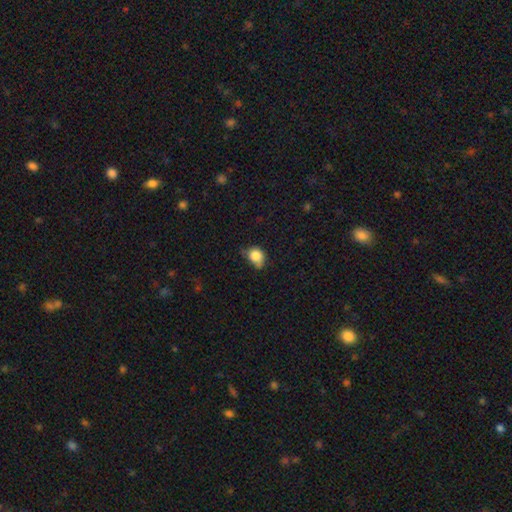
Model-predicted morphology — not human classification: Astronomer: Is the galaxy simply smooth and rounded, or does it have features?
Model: smooth — 83%.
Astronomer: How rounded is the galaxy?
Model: round — 64%.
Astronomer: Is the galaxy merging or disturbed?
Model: none — 44% (runner-up: minor disturbance, 40%).